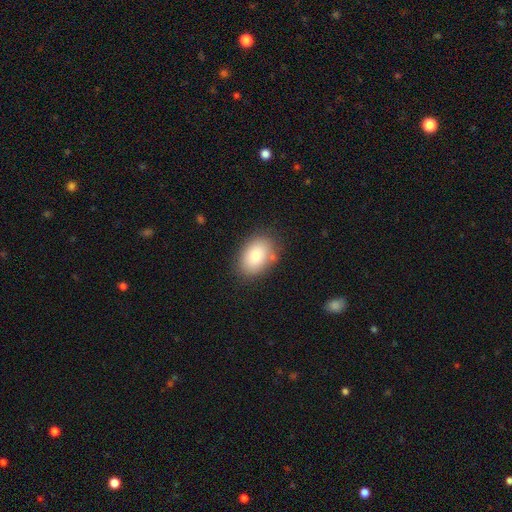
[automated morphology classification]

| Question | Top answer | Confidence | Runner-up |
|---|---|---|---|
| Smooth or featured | smooth | 79% | featured or disk (13%) |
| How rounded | in between | 82% | round (17%) |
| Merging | none | 79% | minor disturbance (14%) |